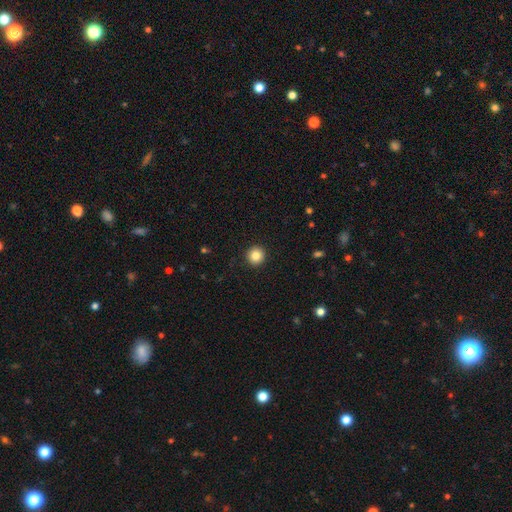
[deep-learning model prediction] smooth 85%, star or artifact 10%, featured or disk 5%. Down the decision tree: how rounded — round (95%); merging — none (93%).